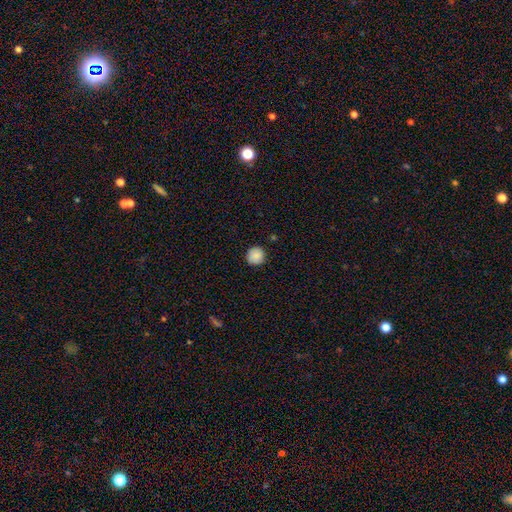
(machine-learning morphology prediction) smooth_or_featured: smooth (p=0.88) [alt: star or artifact p=0.08]
how_rounded: round (p=0.93) [alt: in between p=0.06]
merging: none (p=0.90) [alt: minor disturbance p=0.07]